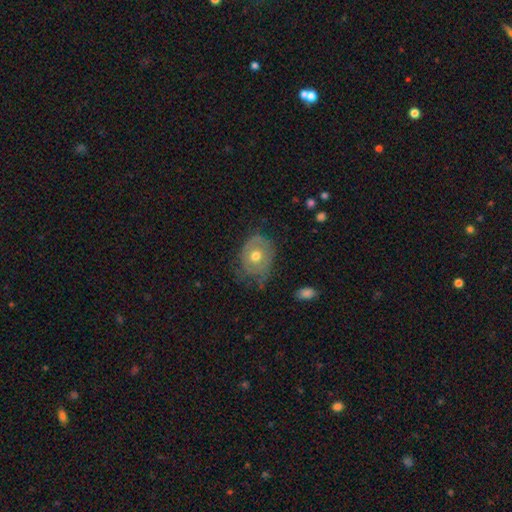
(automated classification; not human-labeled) featured or disk 56%, smooth 35%, star or artifact 9%. Down the decision tree: edge-on disk — no (95%); bar — no (84%); spiral arms — yes (56%); bulge size — moderate (77%); merging — none (56%).